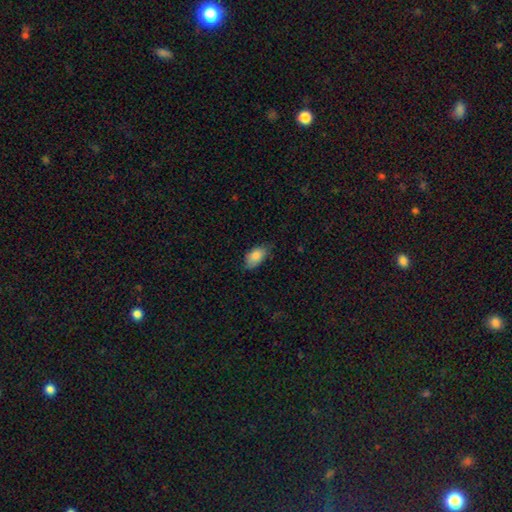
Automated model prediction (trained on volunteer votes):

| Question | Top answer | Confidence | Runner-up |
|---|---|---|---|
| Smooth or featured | smooth | 85% | featured or disk (8%) |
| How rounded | in between | 92% | round (6%) |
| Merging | none | 69% | minor disturbance (26%) |